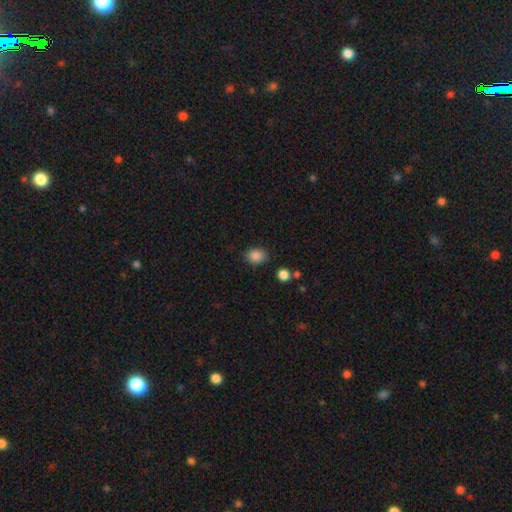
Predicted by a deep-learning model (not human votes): Smooth or featured: smooth — 86% (star or artifact — 10%)
How rounded: in between — 57% (round — 42%)
Merging: none — 82% (minor disturbance — 12%)